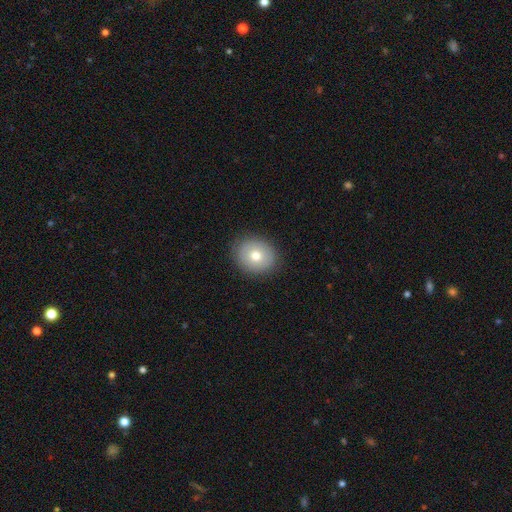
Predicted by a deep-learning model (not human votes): This is likely a smooth galaxy (73%). How rounded: likely round (74%). Merging: clearly none (88%).